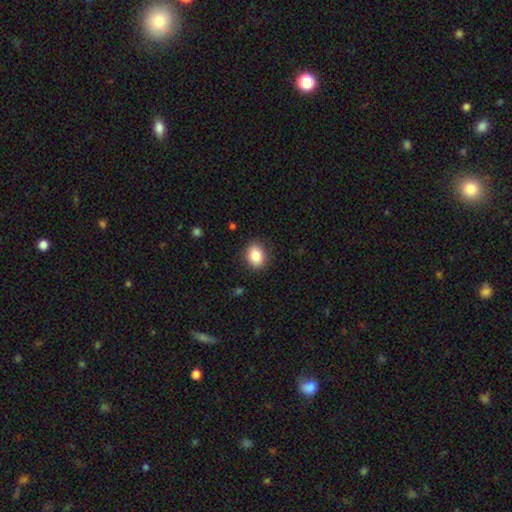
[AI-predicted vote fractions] Smooth or featured?
  - smooth: 85% *
  - star or artifact: 9%
  - featured or disk: 6%
How rounded?
  - in between: 50% *
  - round: 49%
  - cigar-shaped: 1%
Merging?
  - none: 86% *
  - minor disturbance: 10%
  - major disturbance: 3%
  - merger: 1%